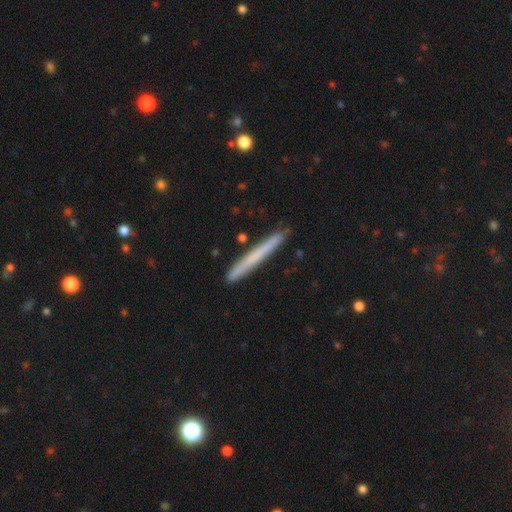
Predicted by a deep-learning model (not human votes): Smooth or featured? smooth (61%)
How rounded? cigar-shaped (97%)
Merging? none (91%)